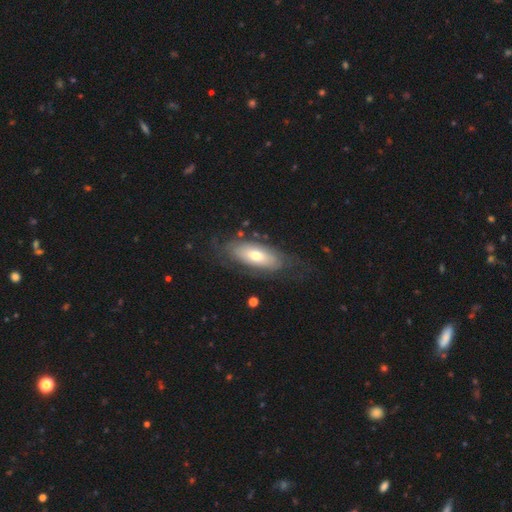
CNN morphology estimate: Smooth or featured? featured or disk (49%)
Merging? none (67%)